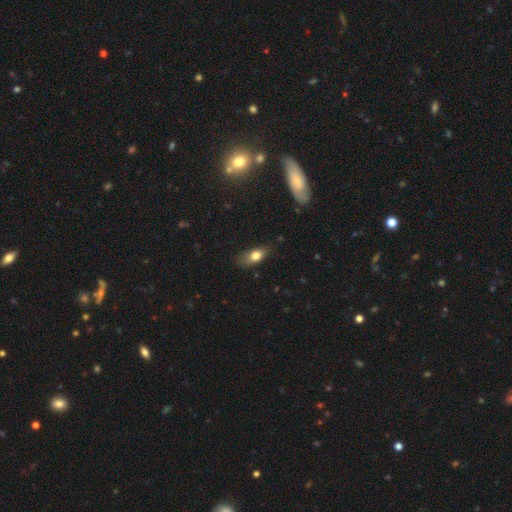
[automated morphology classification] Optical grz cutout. It shows a smooth galaxy with no disk features (74%) that is in between round and cigar-shaped (78%). Merging: none (67%).